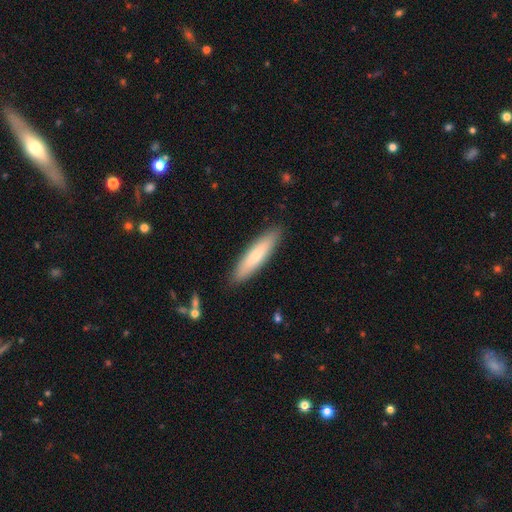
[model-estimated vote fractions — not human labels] Smooth or featured?
  - smooth: 70% *
  - featured or disk: 25%
  - star or artifact: 6%
How rounded?
  - cigar-shaped: 79% *
  - in between: 19%
  - round: 1%
Merging?
  - none: 89% *
  - minor disturbance: 8%
  - major disturbance: 2%
  - merger: 1%